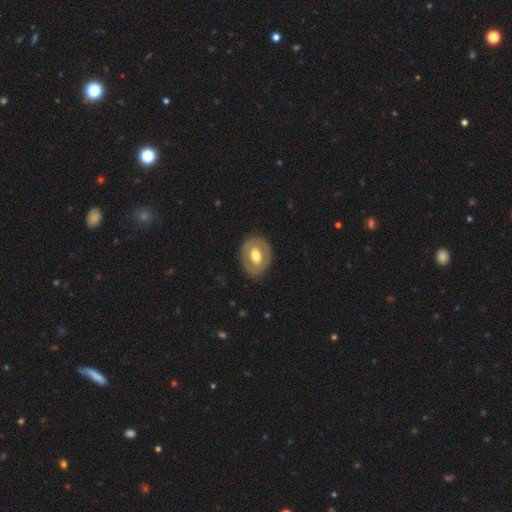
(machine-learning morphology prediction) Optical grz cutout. It shows a featured or disk galaxy (49%). Merging: none (83%).